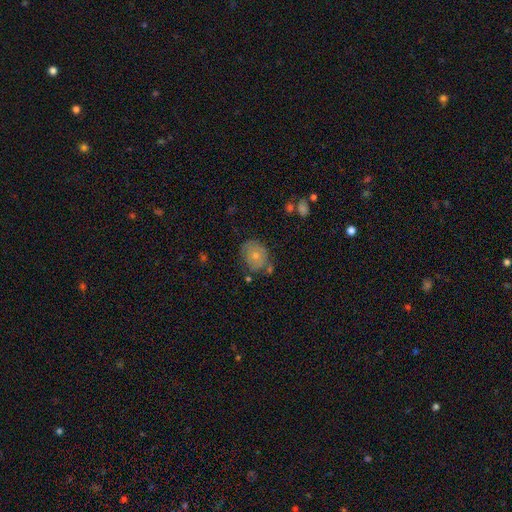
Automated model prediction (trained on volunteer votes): smooth-or-featured: smooth: 68% | featured or disk: 24% | star or artifact: 8%
  how-rounded: round: 62% | in between: 37% | cigar-shaped: 1%
  merging: none: 61% | minor disturbance: 24% | merger: 8% | major disturbance: 7%